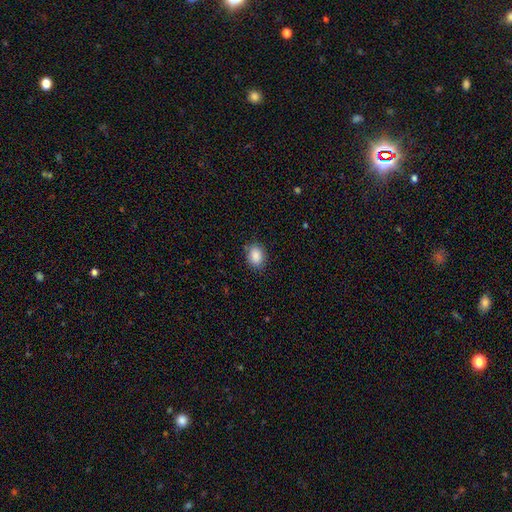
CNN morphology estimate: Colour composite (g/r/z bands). It shows a smooth galaxy with no disk features (88%) that is in between round and cigar-shaped (63%). Merging: none (82%).